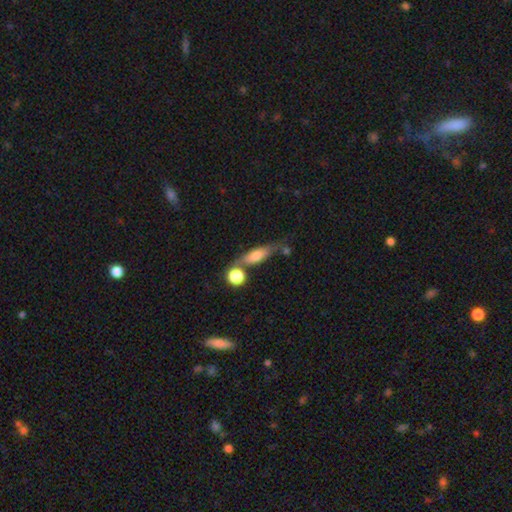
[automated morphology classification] The model was most divided on "how rounded": cigar-shaped: 50%, in between: 42%, round: 7%. More confident: smooth or featured — smooth (57%); merging — none (57%).